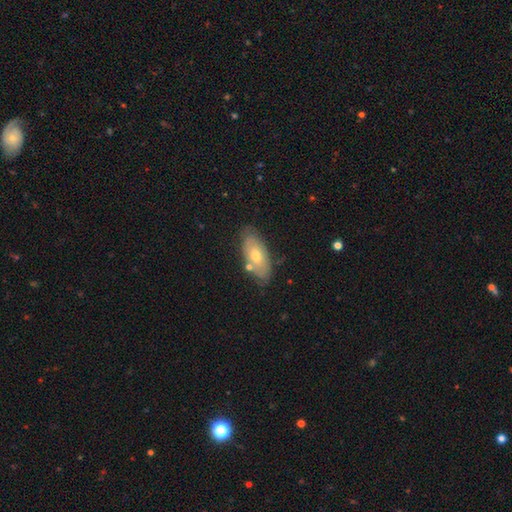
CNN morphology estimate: smooth_or_featured: smooth (p=0.57) [alt: featured or disk p=0.37]
how_rounded: in between (p=0.87) [alt: cigar-shaped p=0.09]
merging: none (p=0.73) [alt: minor disturbance p=0.16]